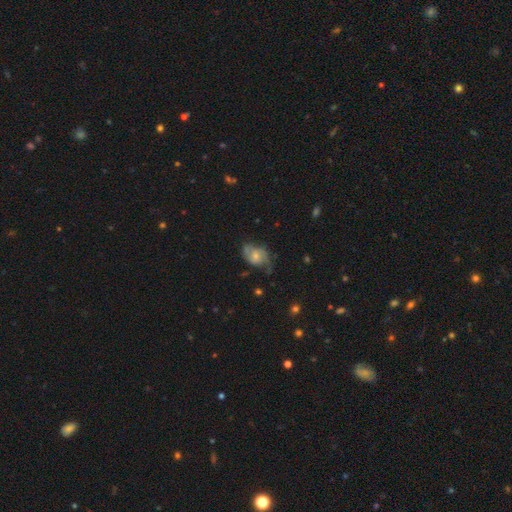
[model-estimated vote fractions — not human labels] A featured or disk galaxy (65%) with no bar (66%), 2 (76%) medium (43%) spiral arms (88%) and a small central bulge (57%).

Vote fractions:
- Smooth or featured? featured or disk: 65% / smooth: 27% / star or artifact: 8%
- Edge-on disk? no: 97% / yes: 3%
- Bar? no: 66% / weak: 29% / strong: 5%
- Spiral arms? yes: 88% / no: 12%
- Spiral winding? medium: 43% / loose: 37% / tight: 20%
- Spiral arm count? 2: 76% / can't tell: 12% / 1: 6% / 3: 3% / 4: 1% / more than 4: 1%
- Bulge size? small: 57% / moderate: 33% / none: 6% / large: 3% / dominant: 1%
- Merging? none: 52% / minor disturbance: 28% / major disturbance: 18% / merger: 3%